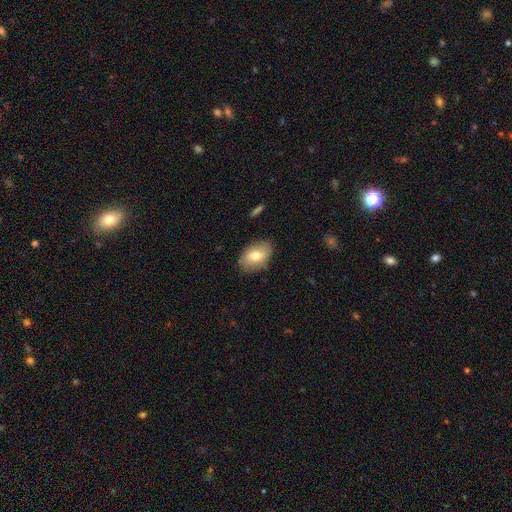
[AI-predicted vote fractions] This appears to be a smooth galaxy with no disk features (72%) that is in between round and cigar-shaped (87%). Merging: none (84%).